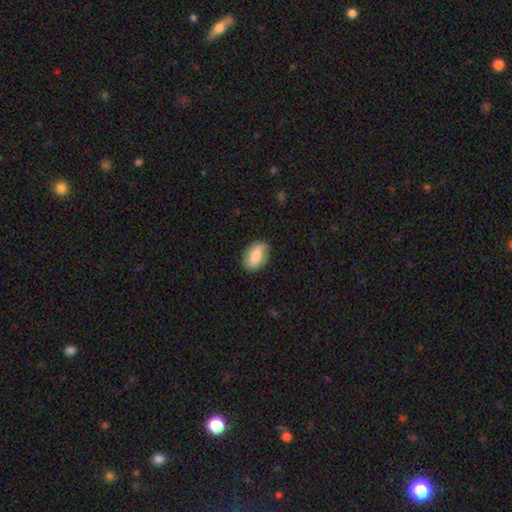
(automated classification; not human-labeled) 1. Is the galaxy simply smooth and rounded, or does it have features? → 82% smooth, 11% featured or disk, 6% star or artifact.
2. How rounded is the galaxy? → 89% in between, 7% round, 4% cigar-shaped.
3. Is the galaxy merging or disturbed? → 84% none, 12% minor disturbance, 3% major disturbance, 1% merger.